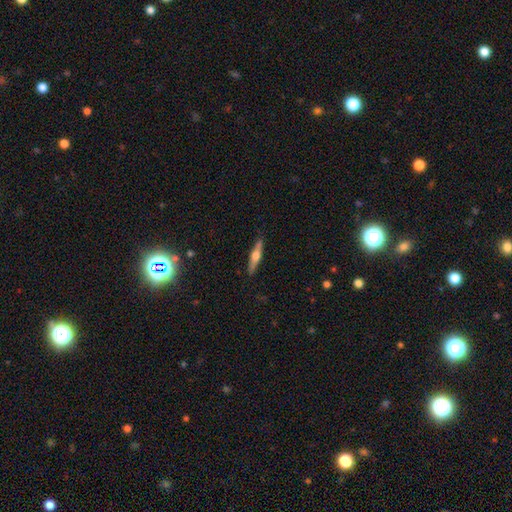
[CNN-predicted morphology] A featured or disk galaxy (56%) viewed edge-on (95%) with a rounded central bulge (92%).

Vote fractions:
- Smooth or featured? featured or disk: 56% / smooth: 39% / star or artifact: 6%
- Edge-on disk? yes: 95% / no: 5%
- Edge-on bulge? rounded: 92% / boxy: 5% / none: 4%
- Merging? none: 89% / minor disturbance: 8% / major disturbance: 2% / merger: 1%